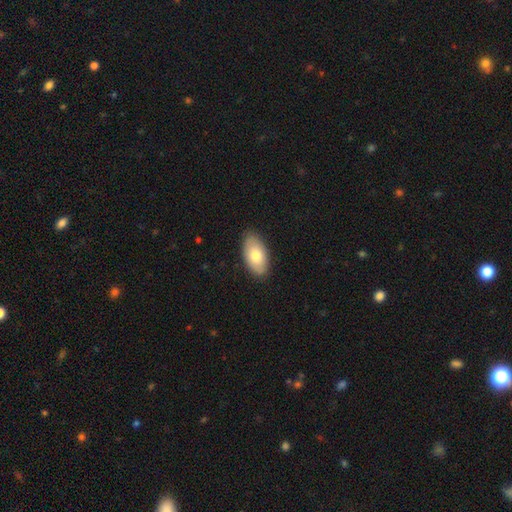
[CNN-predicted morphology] This appears to be a smooth galaxy with no disk features (77%) that is in between round and cigar-shaped (94%). Merging: none (85%).